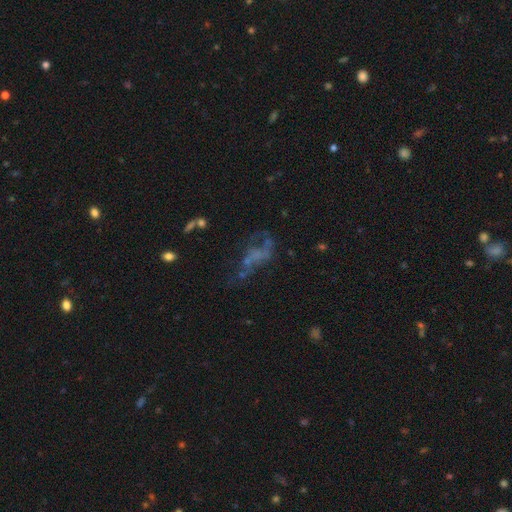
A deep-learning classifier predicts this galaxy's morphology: Overall: featured or disk (49%; star or artifact 27%). Merging: major disturbance (39%; none 33%).